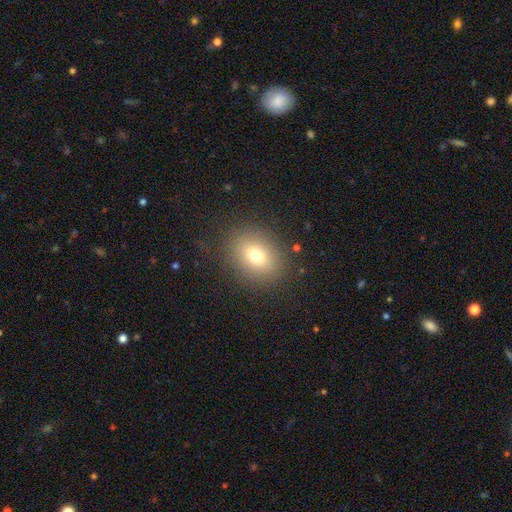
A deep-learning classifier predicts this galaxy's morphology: smooth-or-featured: smooth: 73% | star or artifact: 14% | featured or disk: 13%
  how-rounded: in between: 52% | round: 47% | cigar-shaped: 1%
  merging: none: 85% | minor disturbance: 9% | major disturbance: 5% | merger: 1%